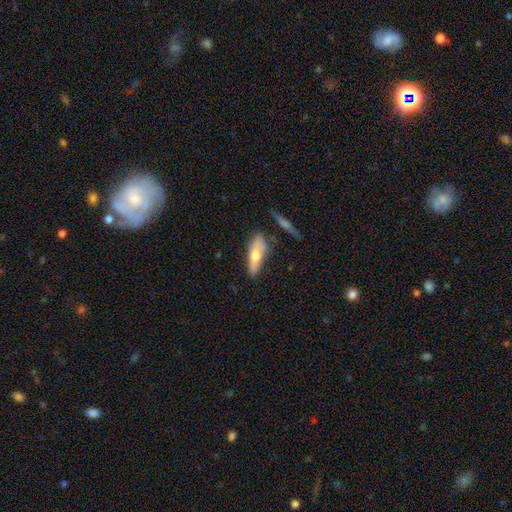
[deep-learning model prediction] This is likely a smooth galaxy (61%). How rounded: possibly in between (52%). Merging: possibly none (59%).